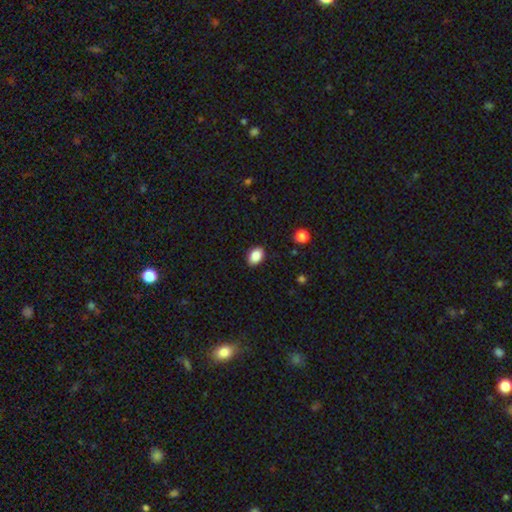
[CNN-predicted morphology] Smooth or featured? Predicted: smooth (p=0.87). How rounded? Predicted: in between (p=0.82). Merging? Predicted: none (p=0.87).